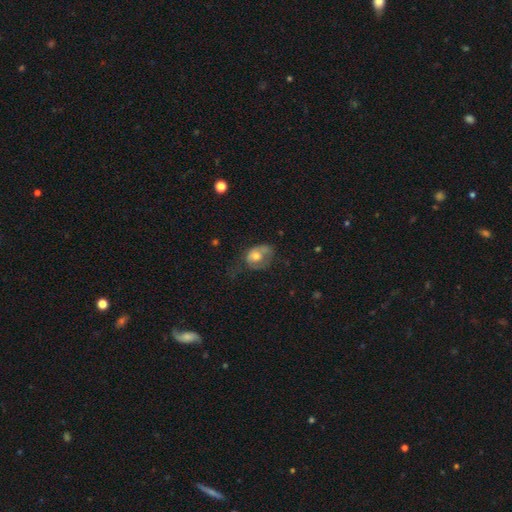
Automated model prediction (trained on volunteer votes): A smooth galaxy with no disk features (58%) that is in between round and cigar-shaped (66%).

Vote fractions:
- Smooth or featured? smooth: 58% / featured or disk: 34% / star or artifact: 8%
- How rounded? in between: 66% / round: 32% / cigar-shaped: 1%
- Merging? major disturbance: 38% / minor disturbance: 30% / none: 29% / merger: 3%